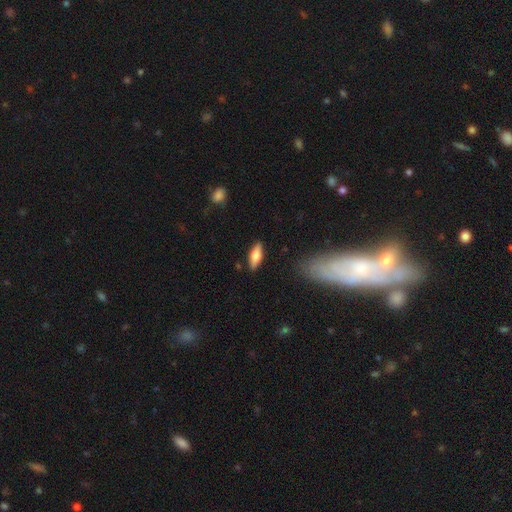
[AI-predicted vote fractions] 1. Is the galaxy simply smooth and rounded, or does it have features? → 67% smooth, 27% featured or disk, 6% star or artifact.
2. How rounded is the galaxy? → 65% in between, 33% cigar-shaped, 2% round.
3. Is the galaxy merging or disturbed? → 86% none, 10% minor disturbance, 2% major disturbance, 2% merger.